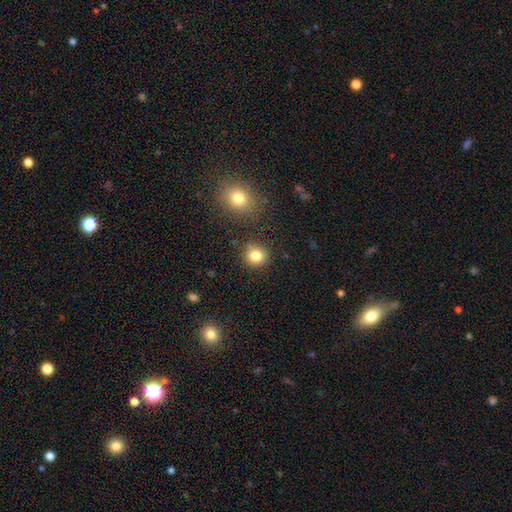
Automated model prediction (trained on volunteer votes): Smooth or featured? smooth (82%)
How rounded? round (88%)
Merging? none (84%)